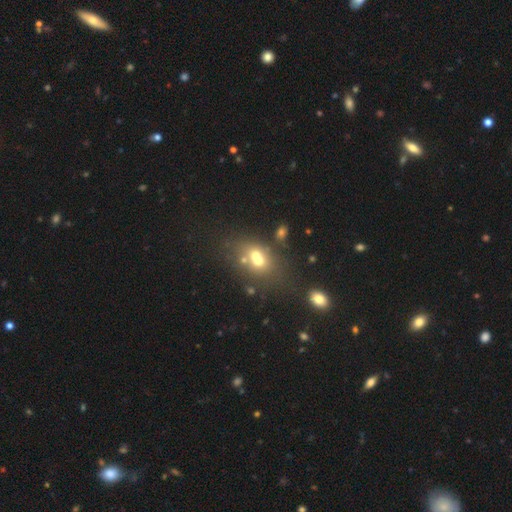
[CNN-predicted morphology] Smooth or featured?
  - smooth: 56% *
  - featured or disk: 28%
  - star or artifact: 16%
How rounded?
  - in between: 52% *
  - round: 47%
  - cigar-shaped: 2%
Merging?
  - merger: 56% *
  - none: 29%
  - minor disturbance: 9%
  - major disturbance: 6%